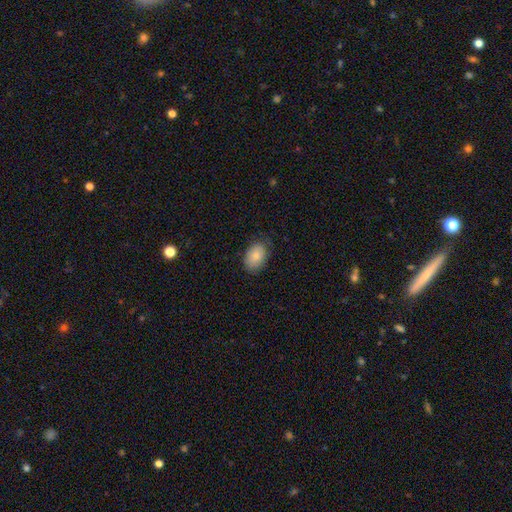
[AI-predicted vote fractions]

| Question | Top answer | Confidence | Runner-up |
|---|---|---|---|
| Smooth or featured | smooth | 83% | featured or disk (10%) |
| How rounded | in between | 85% | round (14%) |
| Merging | none | 79% | minor disturbance (17%) |